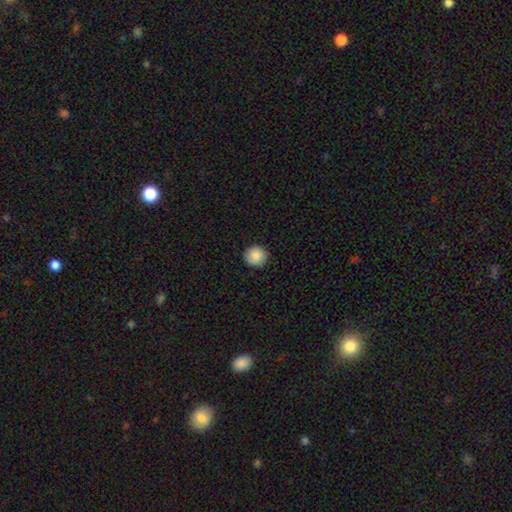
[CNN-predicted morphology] A smooth galaxy with no disk features (88%) that is round (93%).

Vote fractions:
- Smooth or featured? smooth: 88% / star or artifact: 8% / featured or disk: 4%
- How rounded? round: 93% / in between: 6% / cigar-shaped: 1%
- Merging? none: 92% / minor disturbance: 6% / major disturbance: 2% / merger: 1%